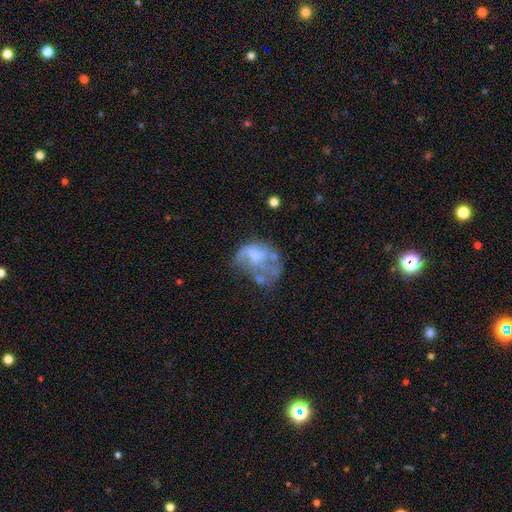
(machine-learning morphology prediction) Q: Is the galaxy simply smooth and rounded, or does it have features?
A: featured or disk — 55%.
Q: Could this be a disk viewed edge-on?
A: no — 98%.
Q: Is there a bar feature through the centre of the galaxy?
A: no — 84%.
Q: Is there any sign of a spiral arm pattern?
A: no — 88%.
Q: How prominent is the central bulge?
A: none — 60%.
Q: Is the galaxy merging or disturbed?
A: major disturbance — 35%.